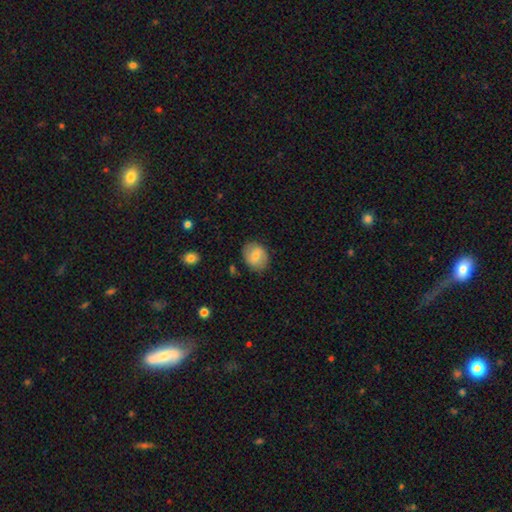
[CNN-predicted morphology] type=smooth (66%); roundness=round (58%); merging=none (81%).